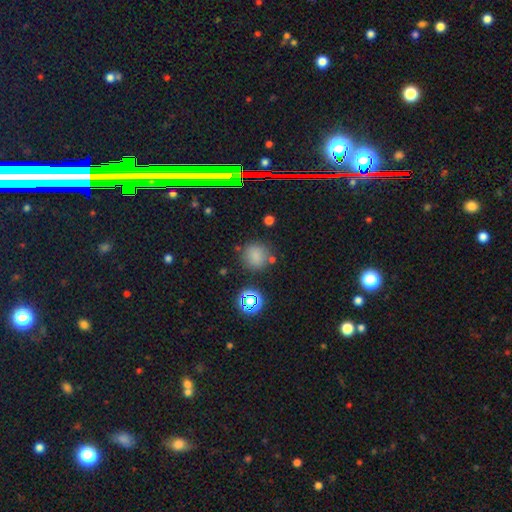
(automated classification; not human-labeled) smooth_or_featured: smooth (p=0.75) [alt: star or artifact p=0.19]
how_rounded: round (p=0.87) [alt: in between p=0.12]
merging: none (p=0.77) [alt: minor disturbance p=0.13]